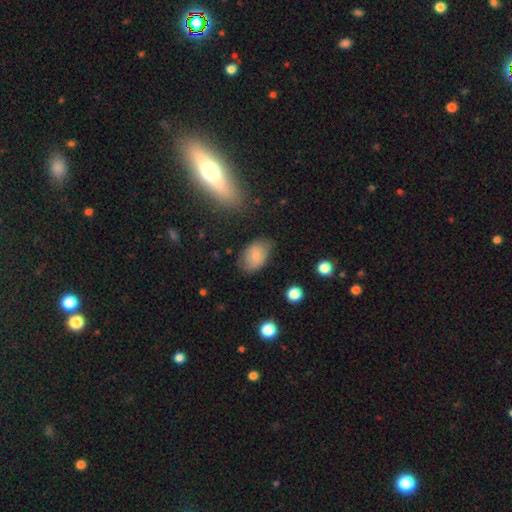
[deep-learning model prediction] The model was most divided on "merging": none: 62%, minor disturbance: 27%, major disturbance: 9%, merger: 2%. More confident: how rounded — in between (86%); smooth or featured — smooth (74%).